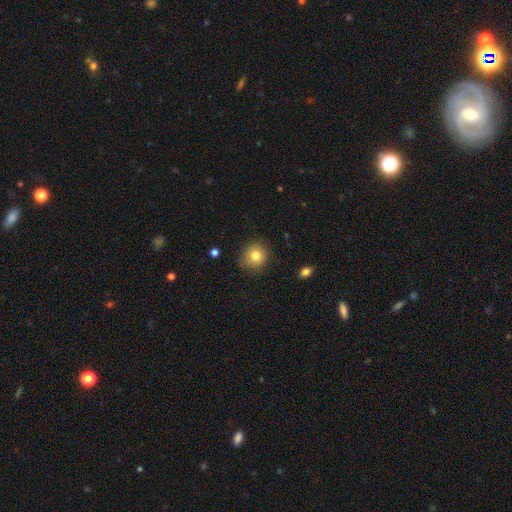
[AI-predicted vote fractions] Smooth or featured: smooth — 80% (star or artifact — 11%)
How rounded: round — 88% (in between — 12%)
Merging: none — 84% (minor disturbance — 12%)